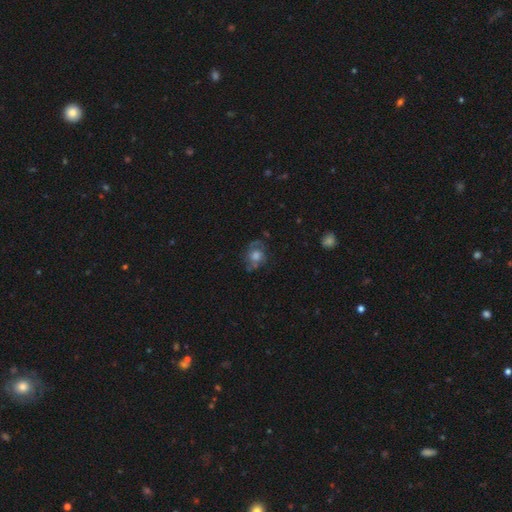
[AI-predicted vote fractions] Morphology: type=featured or disk (55%); edge-on=no (96%); bar=no (79%); spiral arms=yes (75%); bulge=large (41%); merging=none (67%).